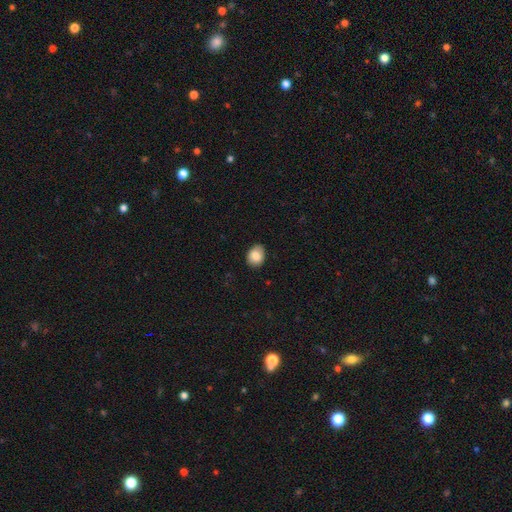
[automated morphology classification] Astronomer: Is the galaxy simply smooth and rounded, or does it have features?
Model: smooth — 85%.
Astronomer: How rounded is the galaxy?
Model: in between — 59% (runner-up: round, 40%).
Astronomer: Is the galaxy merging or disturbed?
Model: none — 82%.